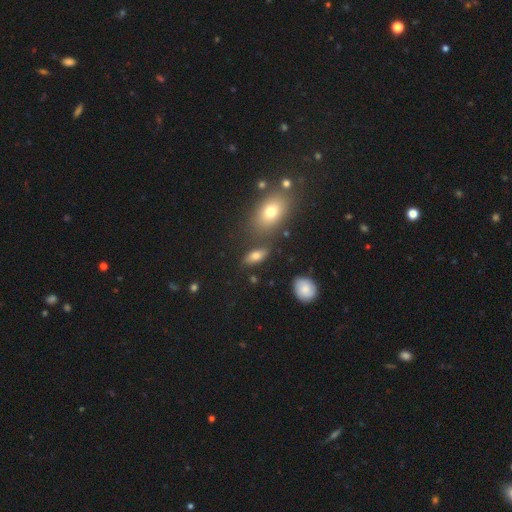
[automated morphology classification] smooth_or_featured: smooth (p=0.74) [alt: featured or disk p=0.15]
how_rounded: in between (p=0.85) [alt: cigar-shaped p=0.09]
merging: none (p=0.71) [alt: minor disturbance p=0.14]